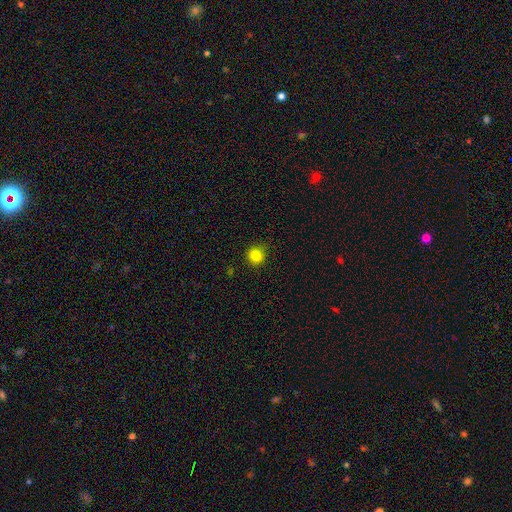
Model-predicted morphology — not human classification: type=smooth (84%); roundness=round (92%); merging=none (87%).